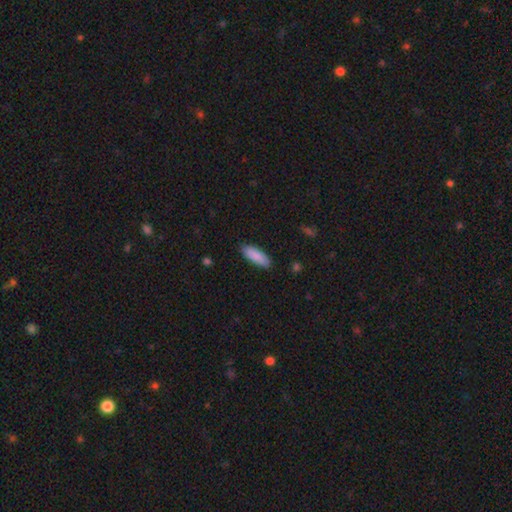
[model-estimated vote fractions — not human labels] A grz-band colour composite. It shows a smooth galaxy with no disk features (88%) that is in between round and cigar-shaped (58%). Merging: none (88%).